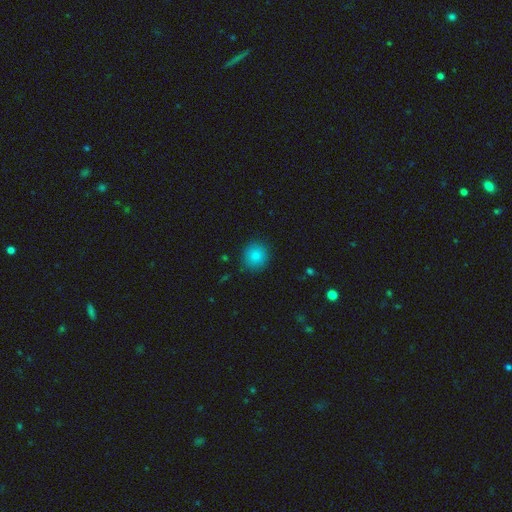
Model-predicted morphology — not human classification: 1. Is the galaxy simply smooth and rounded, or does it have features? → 84% smooth, 10% star or artifact, 6% featured or disk.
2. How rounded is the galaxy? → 88% round, 11% in between, 1% cigar-shaped.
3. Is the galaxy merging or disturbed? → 88% none, 9% minor disturbance, 2% major disturbance, 1% merger.